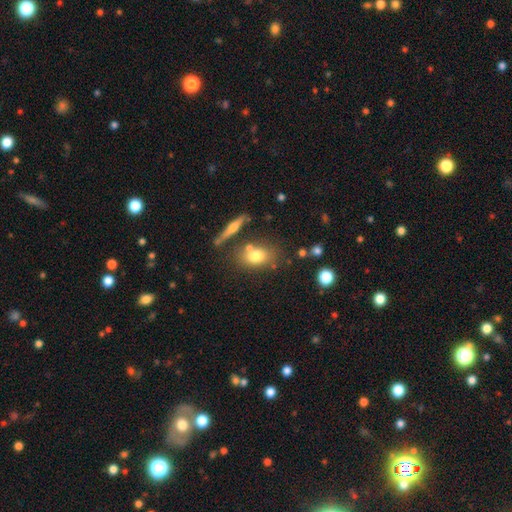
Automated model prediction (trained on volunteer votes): This appears to be a smooth galaxy with no disk features (72%) that is in between round and cigar-shaped (70%). Merging: none (60%).